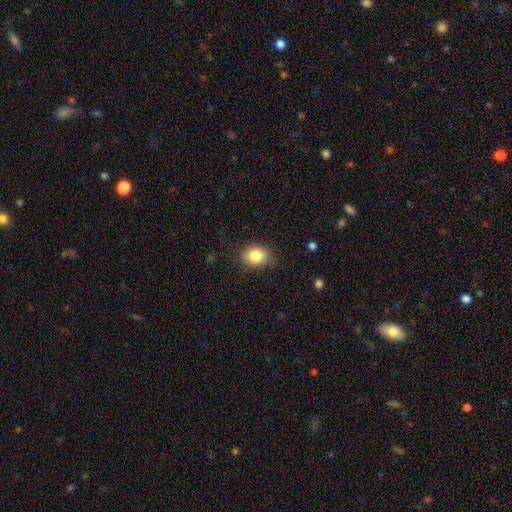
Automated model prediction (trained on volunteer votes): This is clearly a smooth galaxy (85%). How rounded: possibly in between (54%). Merging: clearly none (82%).